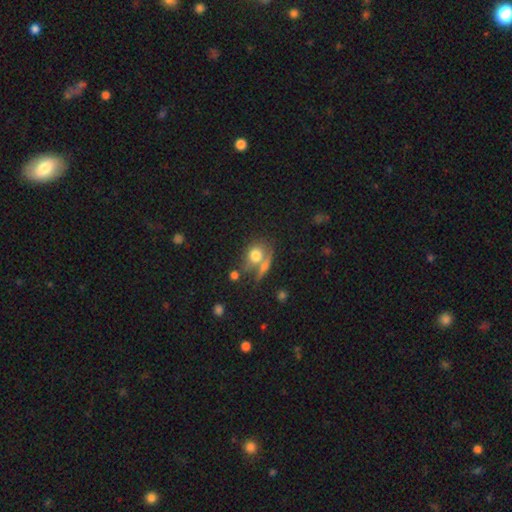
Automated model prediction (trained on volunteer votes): Smooth or featured?
  - smooth: 73% *
  - featured or disk: 16%
  - star or artifact: 11%
How rounded?
  - round: 62% *
  - in between: 34%
  - cigar-shaped: 4%
Merging?
  - none: 44% *
  - merger: 36%
  - minor disturbance: 12%
  - major disturbance: 7%